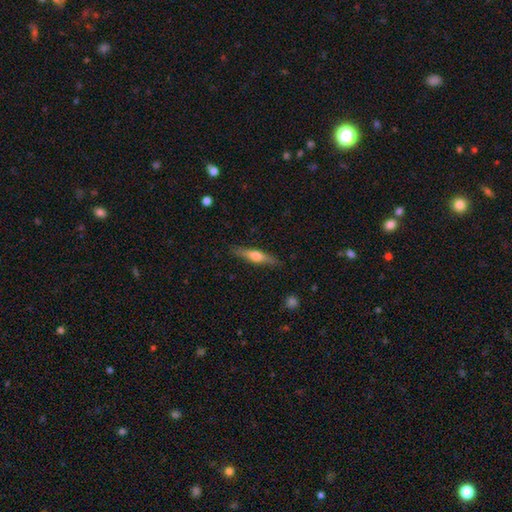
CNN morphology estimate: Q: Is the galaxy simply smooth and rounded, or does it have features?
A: featured or disk — 52%.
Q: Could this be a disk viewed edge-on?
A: yes — 95%.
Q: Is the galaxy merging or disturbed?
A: none — 86%.